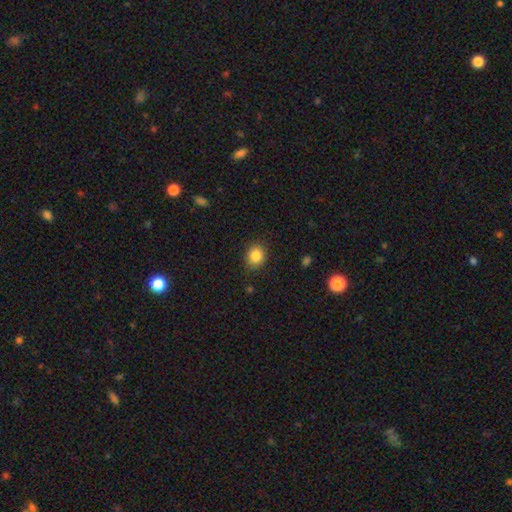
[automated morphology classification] Overall: smooth (85%). How rounded: round (62%; in between 37%). Merging: none (87%).